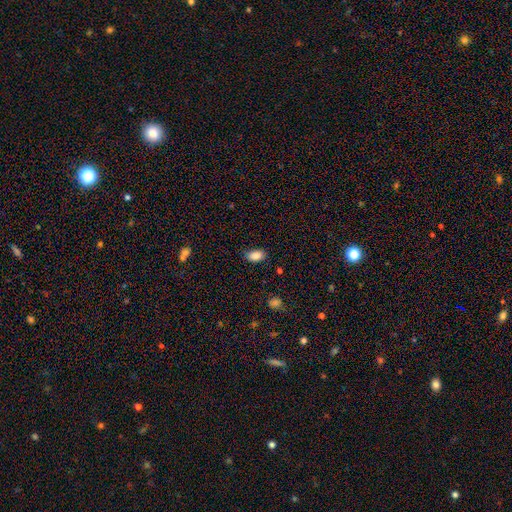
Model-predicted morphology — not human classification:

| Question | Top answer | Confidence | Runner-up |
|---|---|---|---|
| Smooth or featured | smooth | 86% | star or artifact (8%) |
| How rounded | in between | 90% | round (8%) |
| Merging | none | 80% | minor disturbance (16%) |